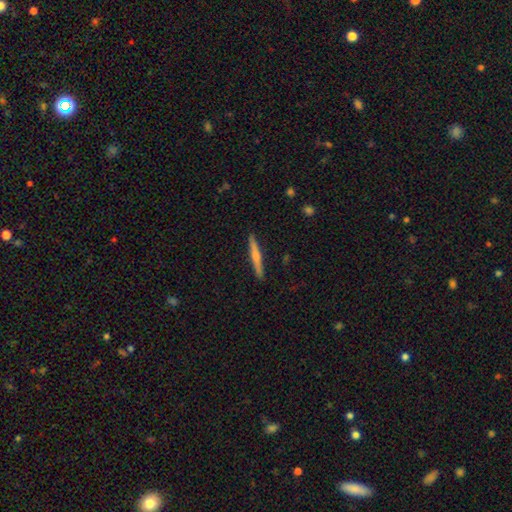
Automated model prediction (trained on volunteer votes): Q: Smooth or featured?
A: smooth (51%); runner-up: featured or disk (43%)
Q: How rounded?
A: cigar-shaped (95%); runner-up: in between (3%)
Q: Merging?
A: none (91%); runner-up: minor disturbance (7%)